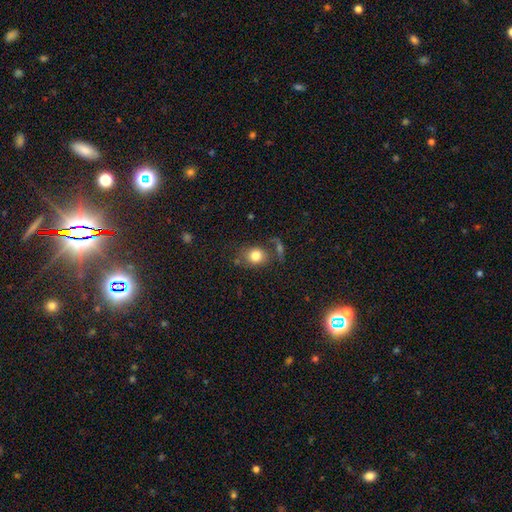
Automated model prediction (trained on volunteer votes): Smooth or featured: smooth — 81% (star or artifact — 10%)
How rounded: round — 60% (in between — 39%)
Merging: none — 63% (minor disturbance — 16%)